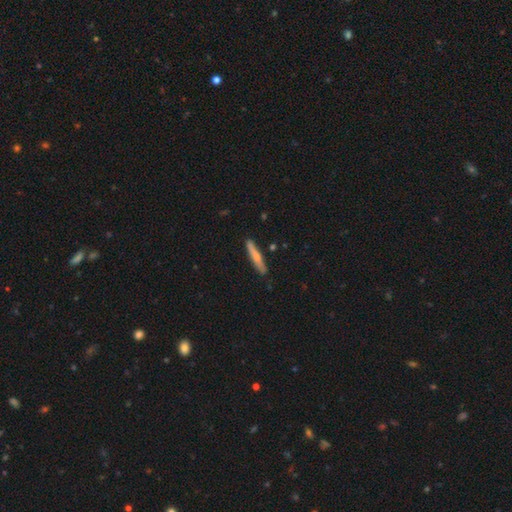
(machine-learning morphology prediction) A smooth galaxy with no disk features (63%) that is cigar-shaped (93%). Merging: none (86%).